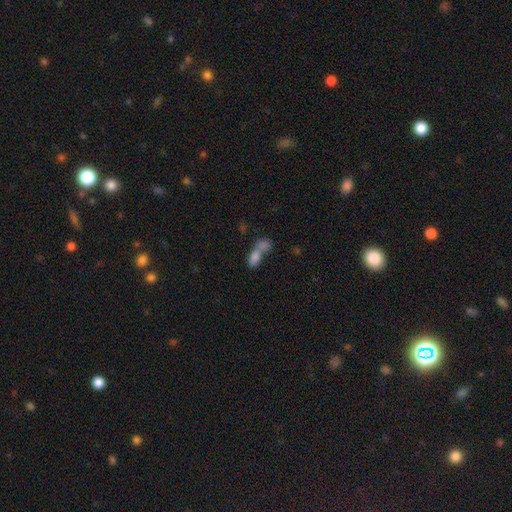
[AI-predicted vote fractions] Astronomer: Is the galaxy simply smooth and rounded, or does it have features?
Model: smooth — 70%.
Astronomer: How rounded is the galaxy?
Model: in between — 76%.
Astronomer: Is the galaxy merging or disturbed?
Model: merger — 71%.